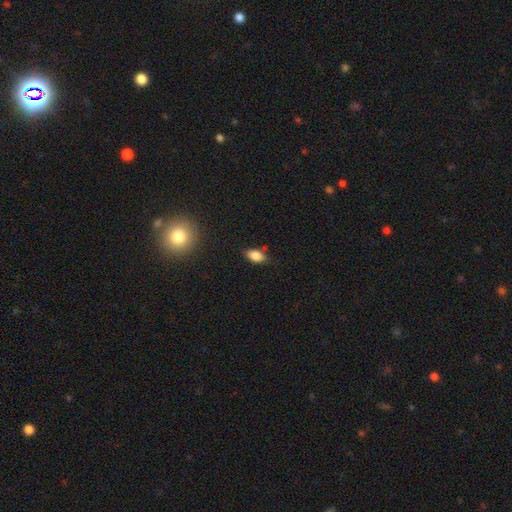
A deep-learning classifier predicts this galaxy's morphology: Smooth or featured?
  - smooth: 80% *
  - featured or disk: 11%
  - star or artifact: 9%
How rounded?
  - in between: 87% *
  - round: 7%
  - cigar-shaped: 6%
Merging?
  - none: 73% *
  - minor disturbance: 20%
  - major disturbance: 4%
  - merger: 3%